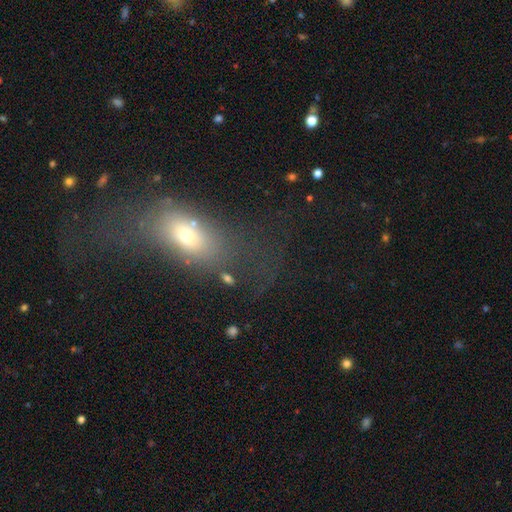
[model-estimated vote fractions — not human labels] Q: Smooth or featured?
A: smooth (55%); runner-up: featured or disk (23%)
Q: How rounded?
A: in between (70%); runner-up: round (17%)
Q: Merging?
A: none (43%); runner-up: major disturbance (32%)